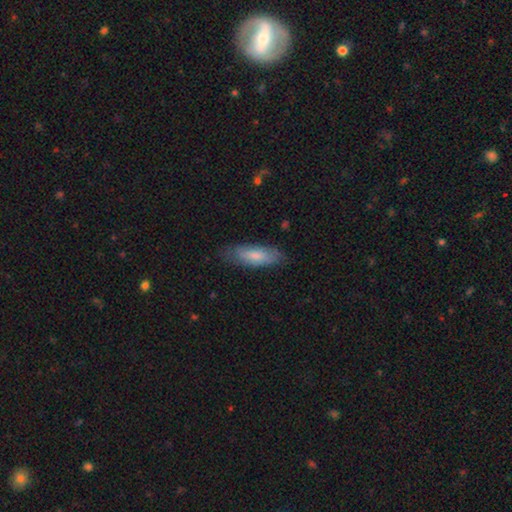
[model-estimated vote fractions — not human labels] Morphology: type=smooth (74%); roundness=in between (60%); merging=none (73%).